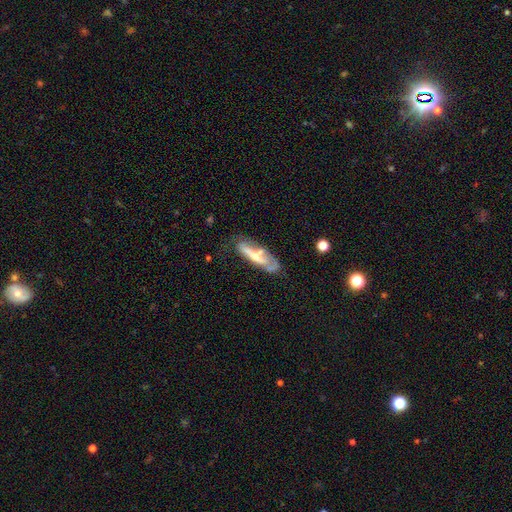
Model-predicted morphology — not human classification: Smooth or featured? Predicted: featured or disk (p=0.57). Edge-on disk? Predicted: no (p=0.69). Merging? Predicted: none (p=0.41).